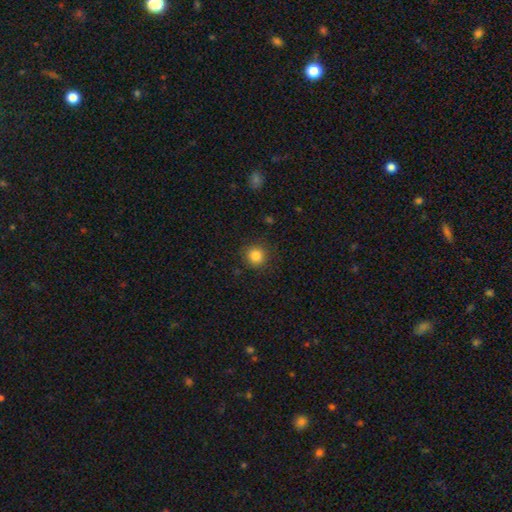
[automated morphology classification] Smooth or featured? Predicted: smooth (p=0.84). How rounded? Predicted: round (p=0.92). Merging? Predicted: none (p=0.89).